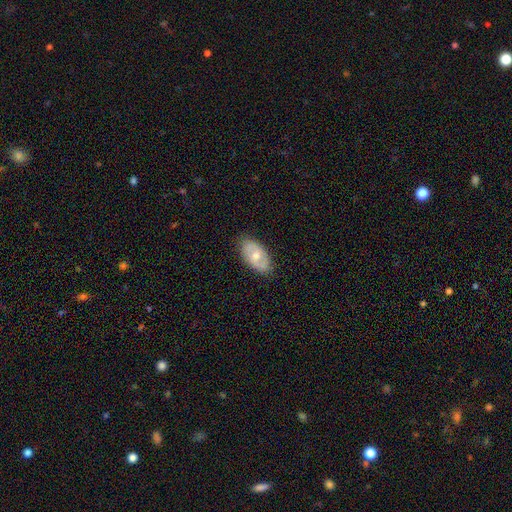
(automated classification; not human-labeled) Smooth or featured? smooth (48%)
Merging? none (84%)